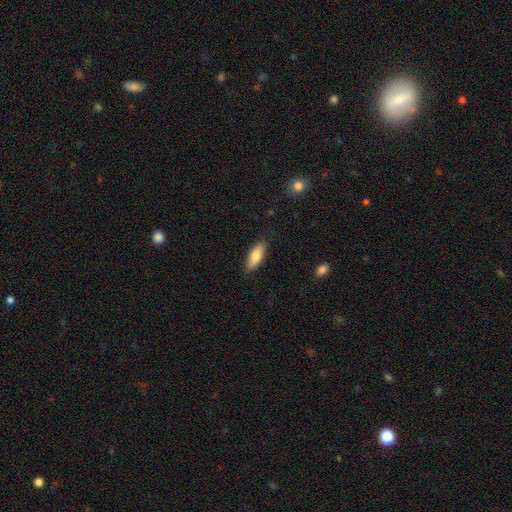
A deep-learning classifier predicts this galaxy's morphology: smooth 80%, featured or disk 14%, star or artifact 6%. Down the decision tree: how rounded — in between (69%); merging — none (86%).